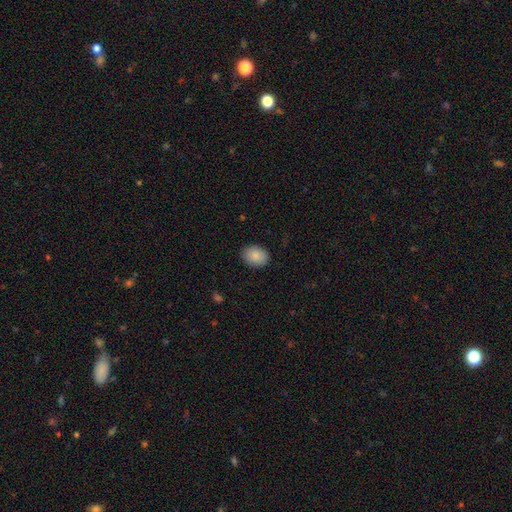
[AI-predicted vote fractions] This appears to be a smooth galaxy with no disk features (88%) that is in between round and cigar-shaped (68%). Merging: none (88%).